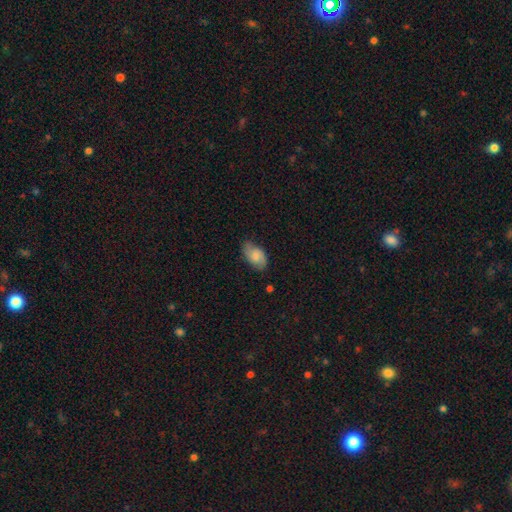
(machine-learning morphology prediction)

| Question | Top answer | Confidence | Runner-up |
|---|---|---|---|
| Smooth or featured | smooth | 63% | featured or disk (29%) |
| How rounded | in between | 92% | round (6%) |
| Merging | none | 68% | minor disturbance (25%) |